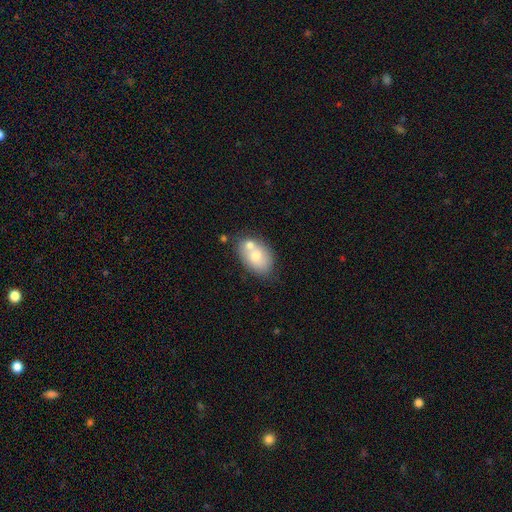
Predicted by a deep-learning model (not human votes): A smooth galaxy with no disk features (68%) that is in between round and cigar-shaped (83%). Merging: none (48%).